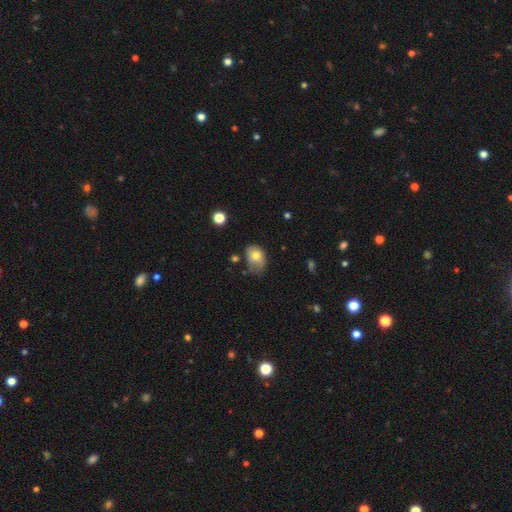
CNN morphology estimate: This is likely a smooth galaxy (72%). How rounded: likely in between (74%). Merging: marginally minor disturbance (42%).